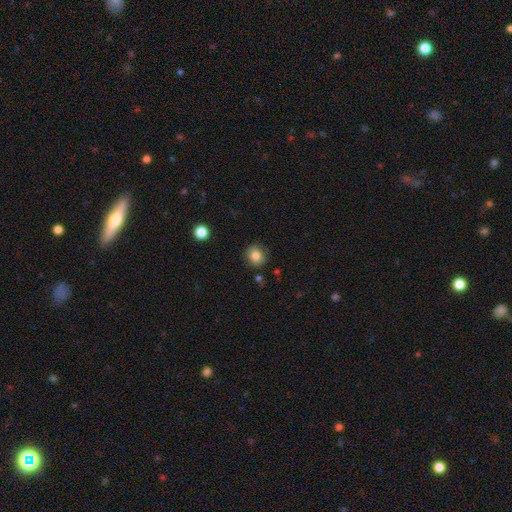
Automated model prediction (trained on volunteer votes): Smooth or featured? Predicted: smooth (p=0.82). How rounded? Predicted: round (p=0.80). Merging? Predicted: none (p=0.84).